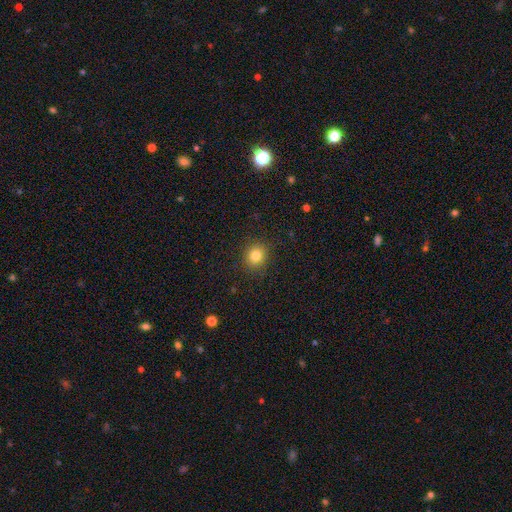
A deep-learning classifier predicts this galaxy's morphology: This appears to be a smooth galaxy with no disk features (82%) that is round (79%). Merging: none (89%).